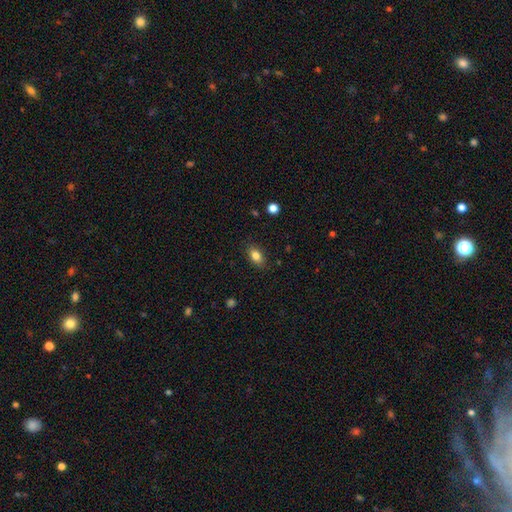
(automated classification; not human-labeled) Overall: smooth (83%). How rounded: in between (84%). Merging: none (85%).